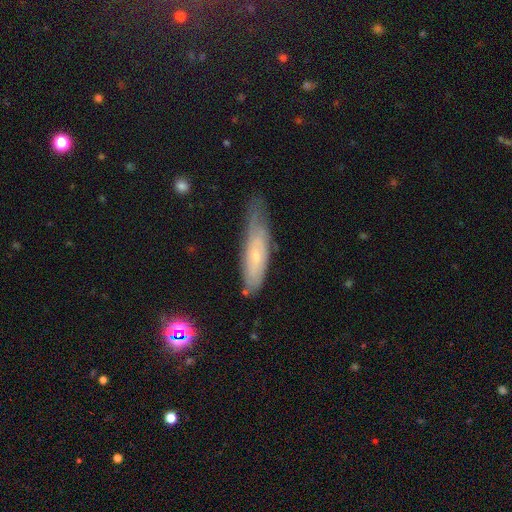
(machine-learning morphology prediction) Smooth or featured?
  - smooth: 48% *
  - featured or disk: 43%
  - star or artifact: 8%
Merging?
  - none: 46% *
  - minor disturbance: 38%
  - major disturbance: 13%
  - merger: 3%